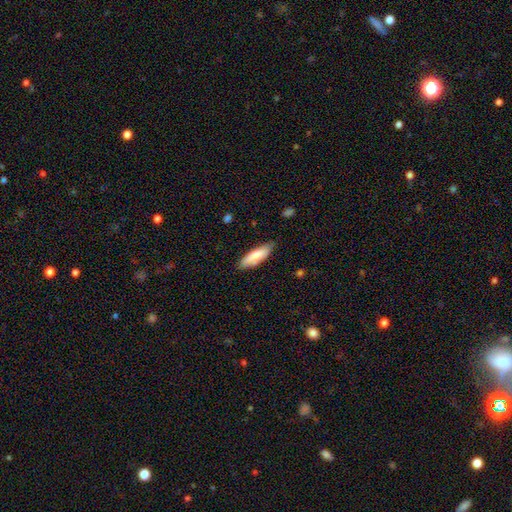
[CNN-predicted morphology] The model was most divided on "how rounded": in between: 50%, cigar-shaped: 48%, round: 2%. More confident: merging — none (78%); smooth or featured — smooth (77%).